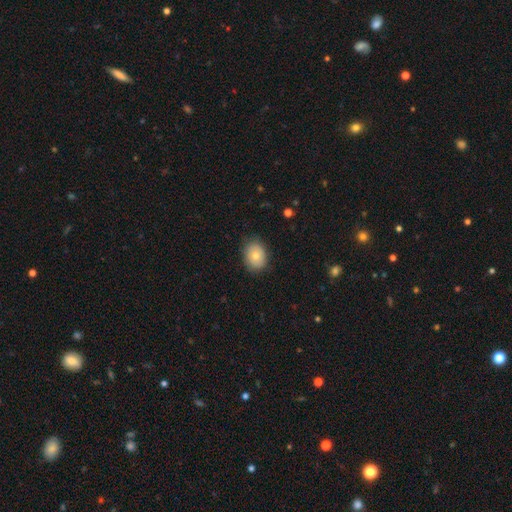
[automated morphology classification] type=smooth (79%); roundness=in between (63%); merging=none (82%).